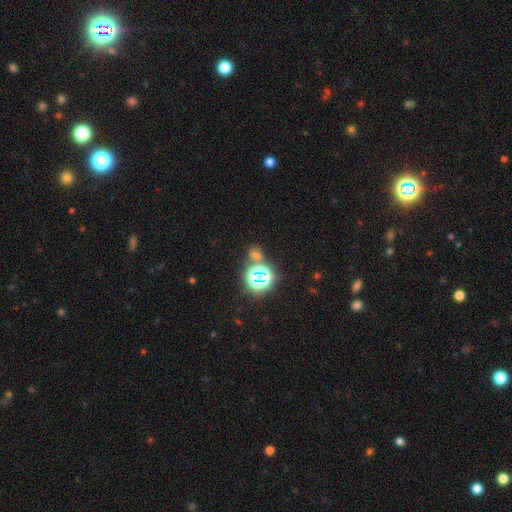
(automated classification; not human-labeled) smooth_or_featured: star or artifact (p=0.55) [alt: smooth p=0.38]